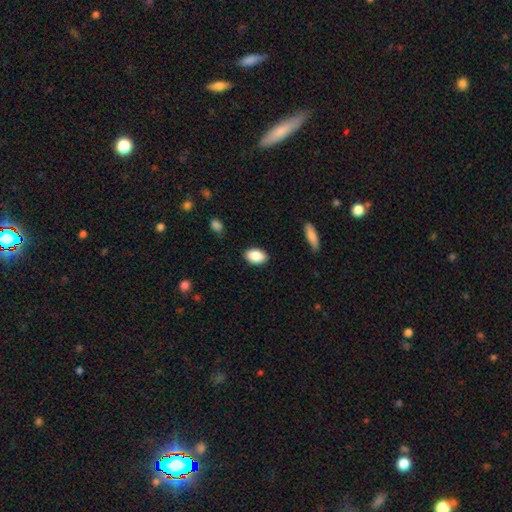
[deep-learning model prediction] smooth 87%, star or artifact 7%, featured or disk 6%. Down the decision tree: how rounded — in between (88%); merging — none (87%).